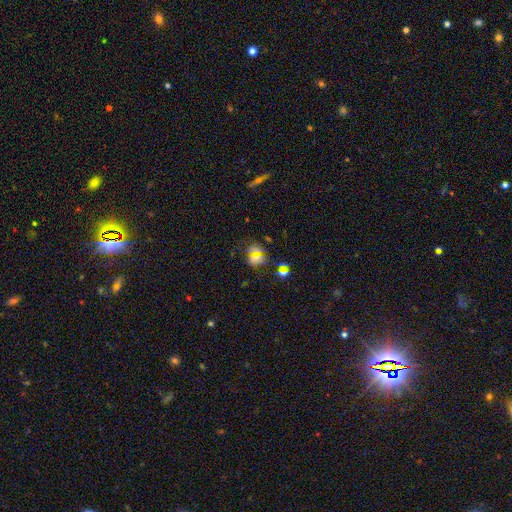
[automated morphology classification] Smooth or featured? Predicted: smooth (p=0.47). Merging? Predicted: none (p=0.68).